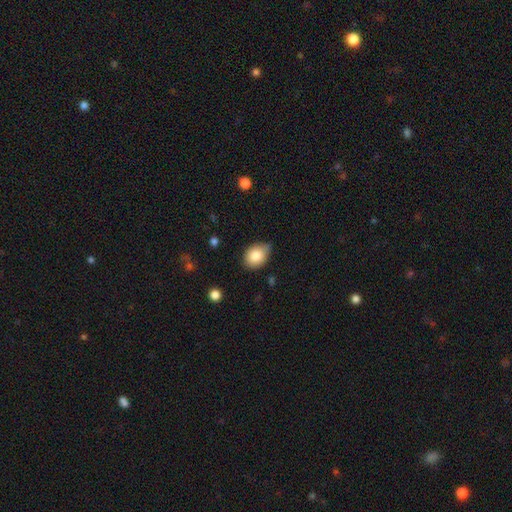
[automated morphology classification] smooth-or-featured: smooth: 83% | featured or disk: 9% | star or artifact: 8%
  how-rounded: in between: 68% | round: 31% | cigar-shaped: 1%
  merging: none: 60% | minor disturbance: 33% | major disturbance: 5% | merger: 2%